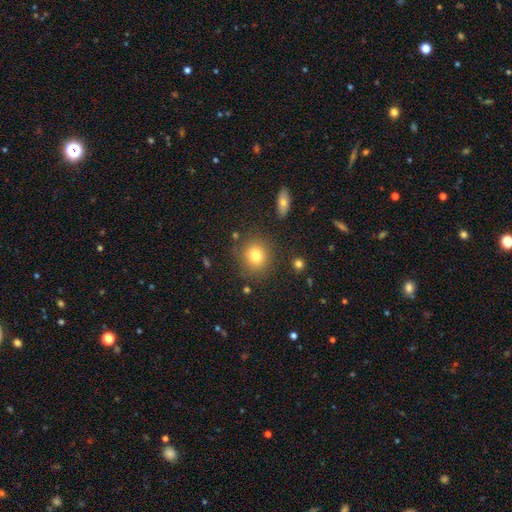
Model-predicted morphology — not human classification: The model was most divided on "smooth or featured": smooth: 78%, star or artifact: 13%, featured or disk: 10%. More confident: how rounded — round (86%); merging — none (84%).